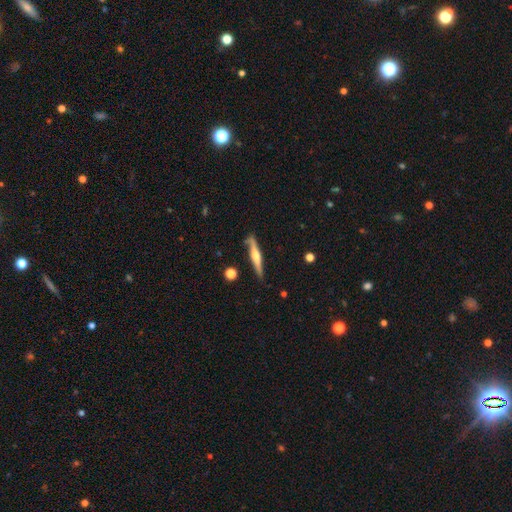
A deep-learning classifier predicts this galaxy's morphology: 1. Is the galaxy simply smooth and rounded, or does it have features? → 63% featured or disk, 31% smooth, 5% star or artifact.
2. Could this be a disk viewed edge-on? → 96% yes, 4% no.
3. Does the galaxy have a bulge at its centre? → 84% rounded, 9% none, 7% boxy.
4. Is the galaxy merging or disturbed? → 80% none, 14% minor disturbance, 3% major disturbance, 3% merger.